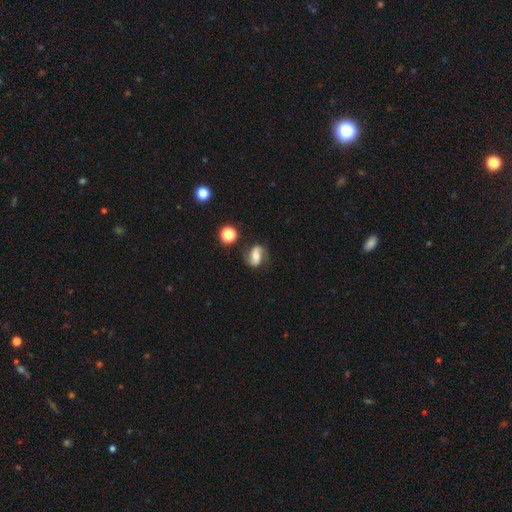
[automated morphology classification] Smooth or featured: featured or disk — 61% (smooth — 29%)
Edge-on disk: no — 96% (yes — 4%)
Bar: no — 41% (weak — 33%)
Spiral arms: yes — 90% (no — 10%)
Spiral winding: loose — 47% (medium — 37%)
Spiral arm count: 2 — 90% (can't tell — 5%)
Bulge size: moderate — 55% (small — 27%)
Merging: none — 74% (minor disturbance — 16%)